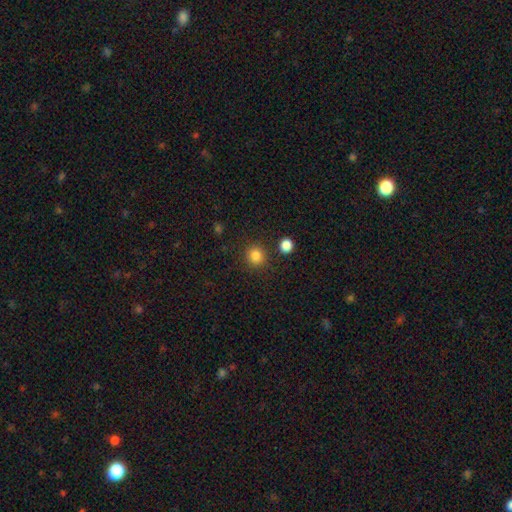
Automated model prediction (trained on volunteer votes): Overall: smooth (85%). How rounded: round (91%). Merging: none (87%).